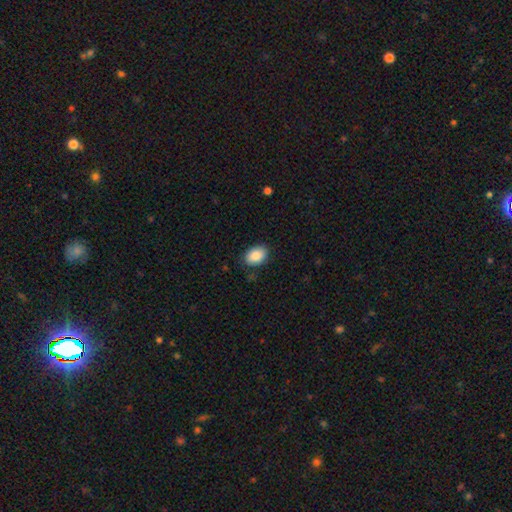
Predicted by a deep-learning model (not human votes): Smooth or featured?
  - smooth: 88% *
  - star or artifact: 7%
  - featured or disk: 5%
How rounded?
  - in between: 83% *
  - round: 16%
  - cigar-shaped: 1%
Merging?
  - none: 84% *
  - minor disturbance: 12%
  - major disturbance: 3%
  - merger: 1%